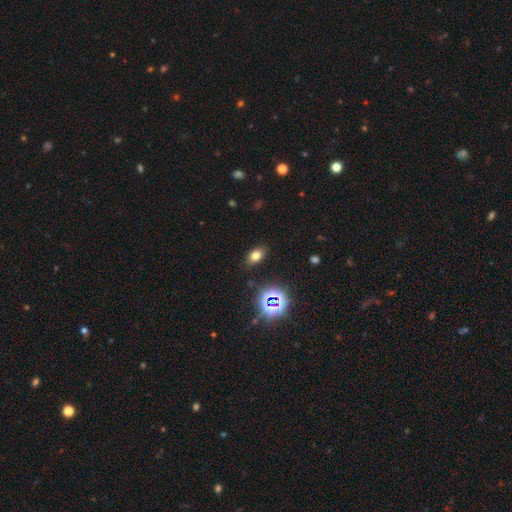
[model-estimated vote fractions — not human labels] smooth-or-featured: smooth: 69% | star or artifact: 21% | featured or disk: 10%
  how-rounded: in between: 81% | round: 17% | cigar-shaped: 2%
  merging: none: 86% | minor disturbance: 10% | major disturbance: 3% | merger: 2%